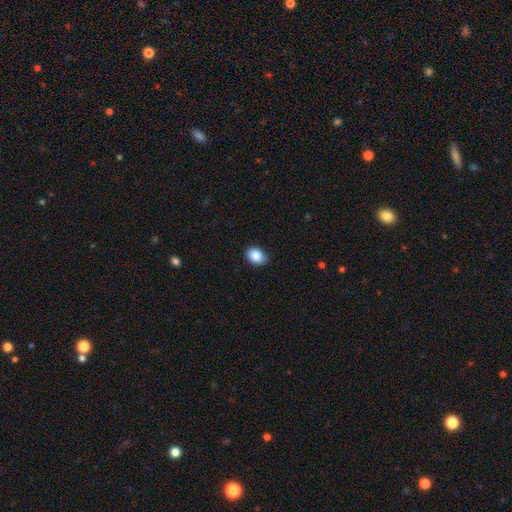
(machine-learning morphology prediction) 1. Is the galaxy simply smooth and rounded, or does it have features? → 87% smooth, 8% star or artifact, 5% featured or disk.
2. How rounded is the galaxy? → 73% in between, 26% round, 1% cigar-shaped.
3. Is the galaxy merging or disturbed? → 82% none, 14% minor disturbance, 2% major disturbance, 1% merger.